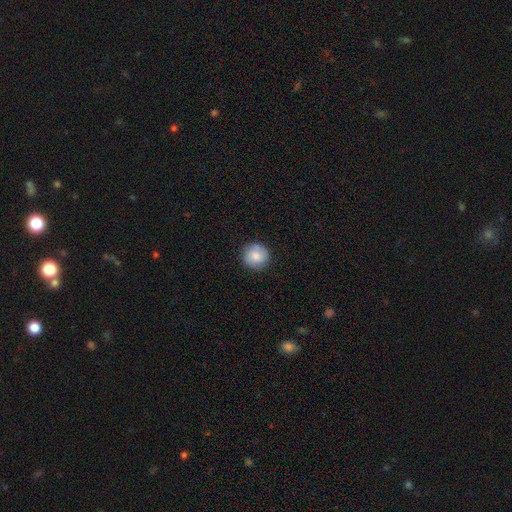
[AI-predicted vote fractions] smooth-or-featured: smooth: 79% | featured or disk: 13% | star or artifact: 7%
  how-rounded: round: 94% | in between: 5% | cigar-shaped: 1%
  merging: none: 87% | minor disturbance: 10% | major disturbance: 2% | merger: 1%